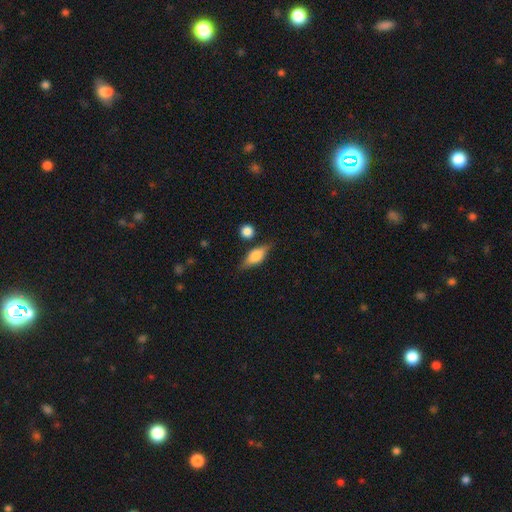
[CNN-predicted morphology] This is possibly a smooth galaxy (51%). How rounded: likely in between (65%). Merging: likely none (76%).